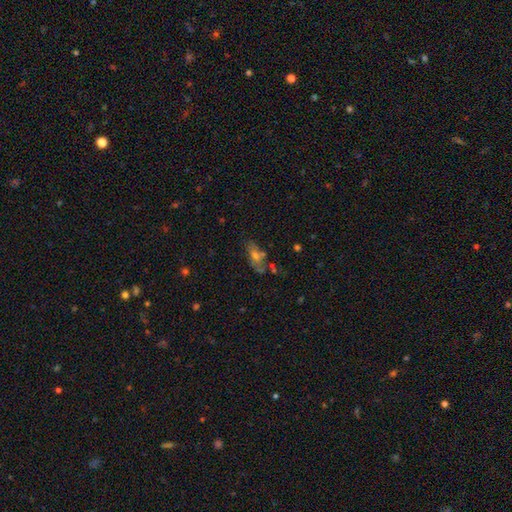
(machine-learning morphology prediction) The model was most divided on "smooth or featured": smooth: 42%, featured or disk: 40%, star or artifact: 17%. More confident: merging — none (55%).